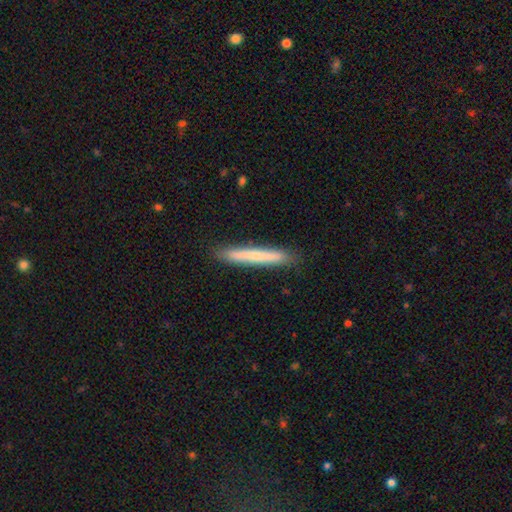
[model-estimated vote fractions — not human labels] This appears to be a smooth galaxy with no disk features (64%) that is cigar-shaped (96%). Merging: none (89%).